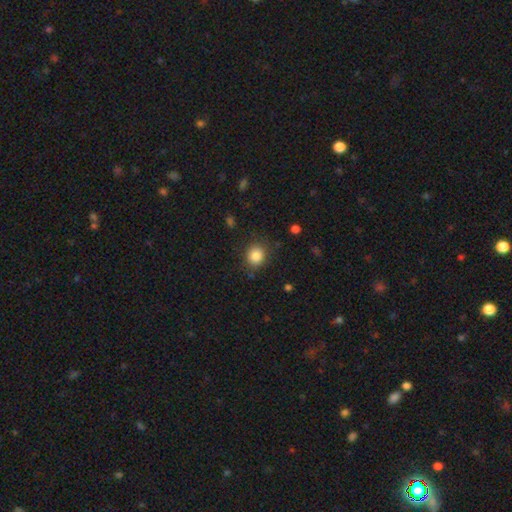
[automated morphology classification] smooth_or_featured: smooth (p=0.85) [alt: star or artifact p=0.10]
how_rounded: round (p=0.77) [alt: in between p=0.22]
merging: none (p=0.84) [alt: minor disturbance p=0.11]